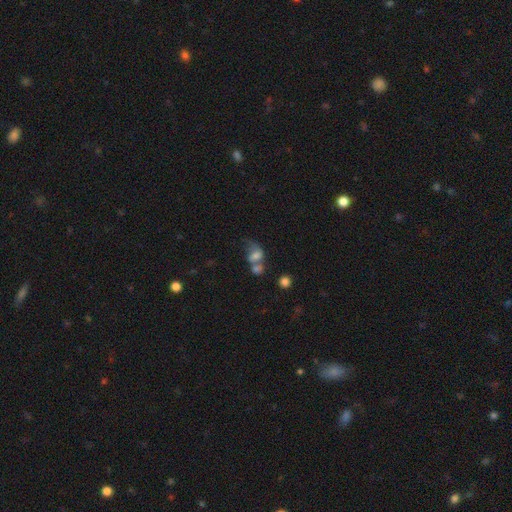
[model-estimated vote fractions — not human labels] This is likely a smooth galaxy (63%). How rounded: likely in between (64%). Merging: possibly merger (51%).